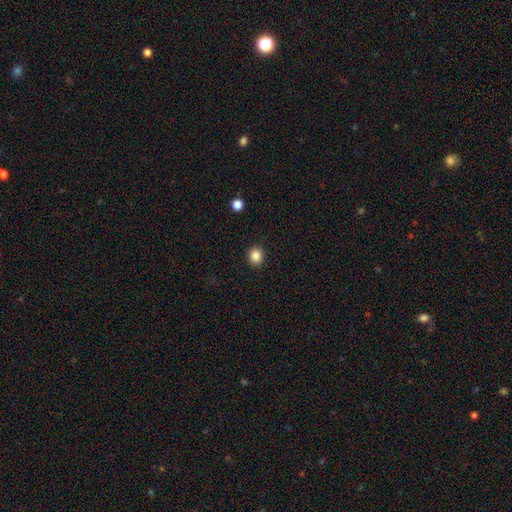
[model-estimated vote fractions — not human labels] This is clearly a smooth galaxy (86%). How rounded: likely round (75%). Merging: clearly none (90%).